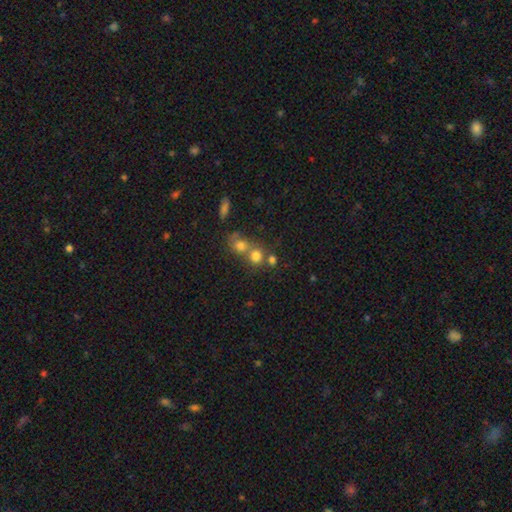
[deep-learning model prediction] A smooth galaxy with no disk features (75%) that is round (80%).

Vote fractions:
- Smooth or featured? smooth: 75% / star or artifact: 15% / featured or disk: 11%
- How rounded? round: 80% / in between: 18% / cigar-shaped: 1%
- Merging? merger: 46% / none: 43% / minor disturbance: 7% / major disturbance: 4%